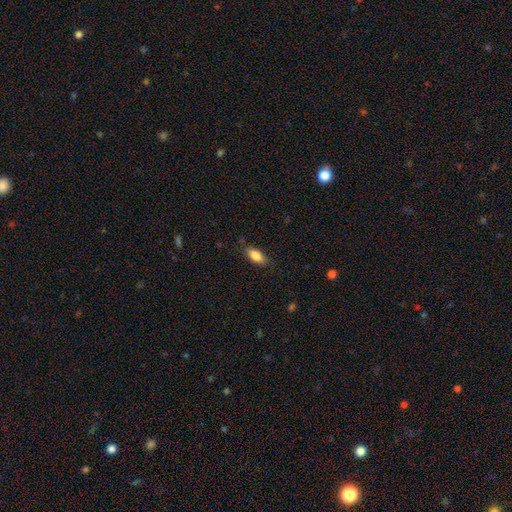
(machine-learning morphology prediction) Smooth or featured? Predicted: smooth (p=0.84). How rounded? Predicted: in between (p=0.86). Merging? Predicted: none (p=0.82).